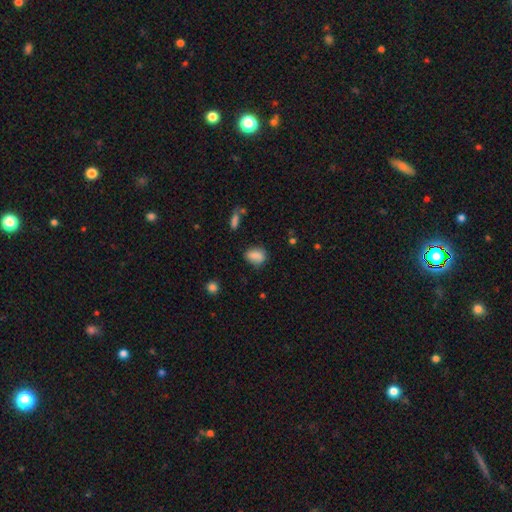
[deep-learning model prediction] Smooth or featured? Predicted: smooth (p=0.80). How rounded? Predicted: in between (p=0.67). Merging? Predicted: none (p=0.69).